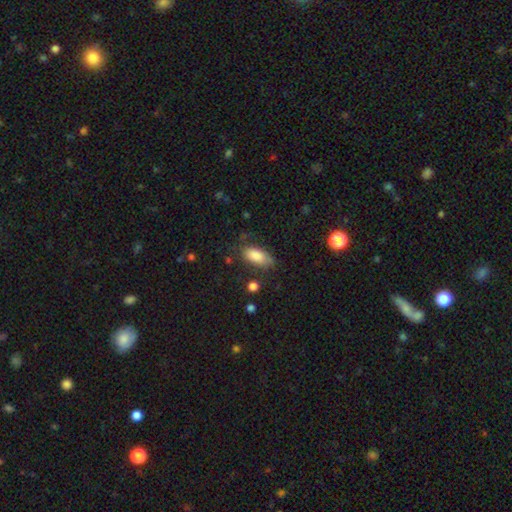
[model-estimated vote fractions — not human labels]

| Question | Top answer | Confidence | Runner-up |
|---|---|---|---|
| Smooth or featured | smooth | 84% | featured or disk (9%) |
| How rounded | in between | 89% | cigar-shaped (9%) |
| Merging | none | 66% | minor disturbance (23%) |